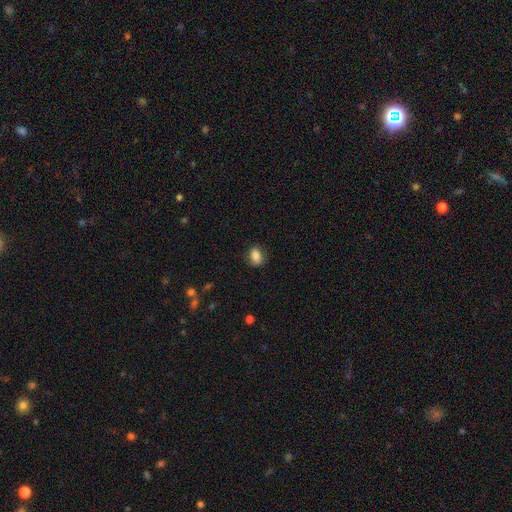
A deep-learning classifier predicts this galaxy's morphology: smooth-or-featured: smooth: 84% | star or artifact: 8% | featured or disk: 8%
  how-rounded: in between: 79% | round: 18% | cigar-shaped: 3%
  merging: none: 81% | minor disturbance: 14% | major disturbance: 4% | merger: 1%